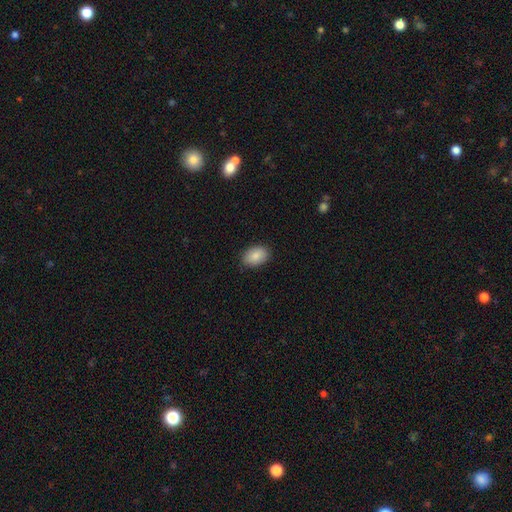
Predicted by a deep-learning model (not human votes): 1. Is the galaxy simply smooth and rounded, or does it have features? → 87% smooth, 7% star or artifact, 6% featured or disk.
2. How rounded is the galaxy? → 87% in between, 12% round, 1% cigar-shaped.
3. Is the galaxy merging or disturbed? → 85% none, 12% minor disturbance, 2% major disturbance, 1% merger.